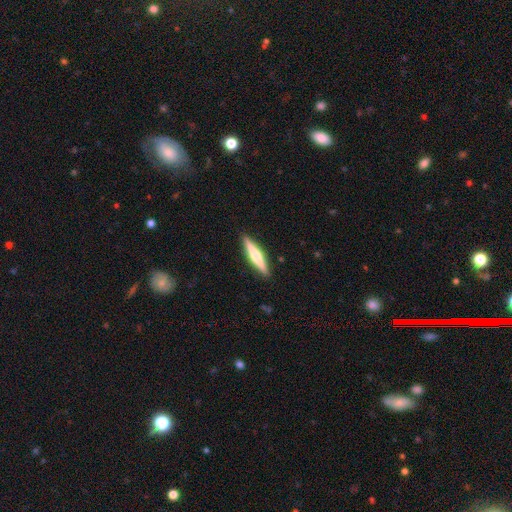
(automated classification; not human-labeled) This appears to be a featured or disk galaxy (62%) viewed edge-on (97%) with a rounded central bulge (87%). Merging: none (91%).